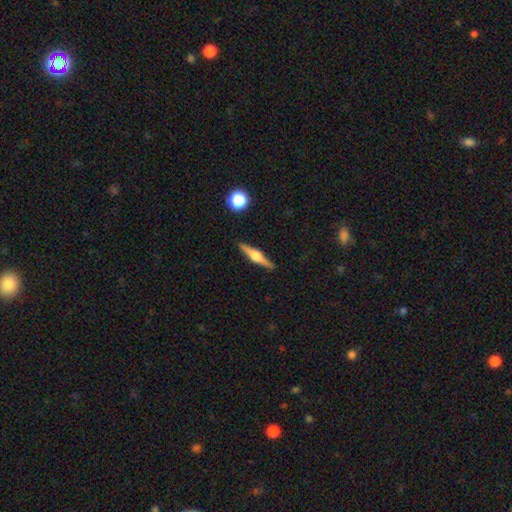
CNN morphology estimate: This is likely a featured or disk galaxy (76%). It is clearly viewed edge-on (98%). Edge-on bulge: clearly rounded (91%). Merging: clearly none (91%).